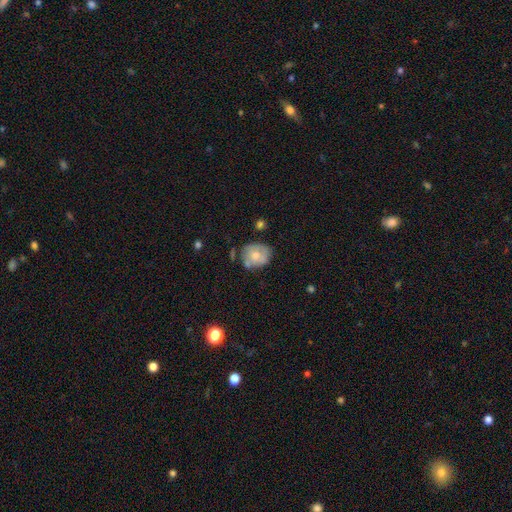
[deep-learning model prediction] Smooth or featured? Predicted: smooth (p=0.58). How rounded? Predicted: round (p=0.65). Merging? Predicted: none (p=0.59).